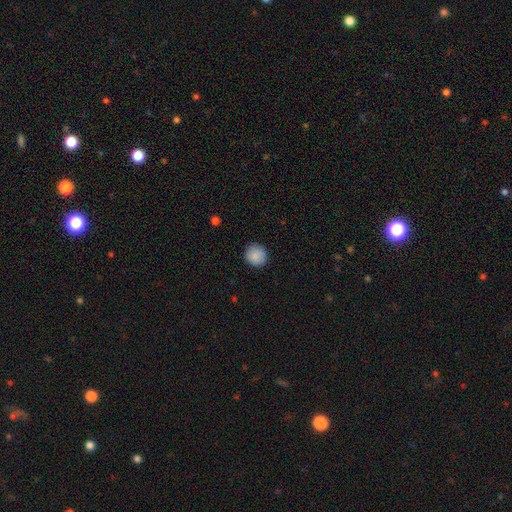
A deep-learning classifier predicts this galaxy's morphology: A smooth galaxy with no disk features (89%) that is round (92%).

Vote fractions:
- Smooth or featured? smooth: 89% / star or artifact: 8% / featured or disk: 3%
- How rounded? round: 92% / in between: 7% / cigar-shaped: 1%
- Merging? none: 89% / minor disturbance: 8% / major disturbance: 2% / merger: 1%